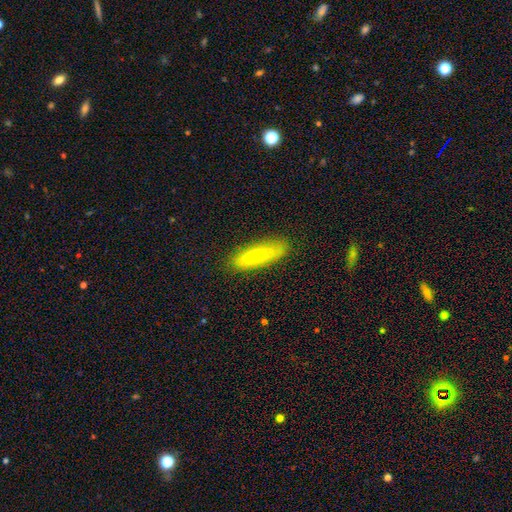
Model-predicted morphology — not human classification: Smooth or featured? smooth (70%)
How rounded? cigar-shaped (70%)
Merging? none (82%)